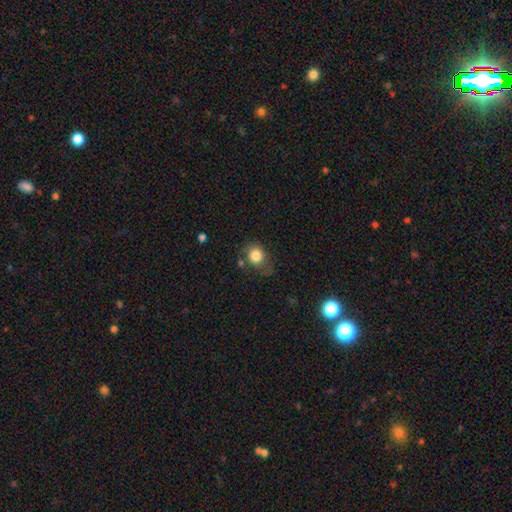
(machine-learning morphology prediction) Smooth or featured? smooth (82%)
How rounded? round (65%)
Merging? none (58%)